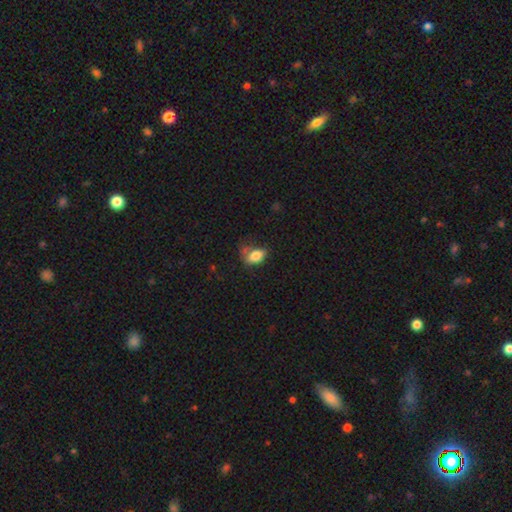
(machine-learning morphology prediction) Smooth or featured? Predicted: smooth (p=0.81). How rounded? Predicted: in between (p=0.85). Merging? Predicted: none (p=0.43).